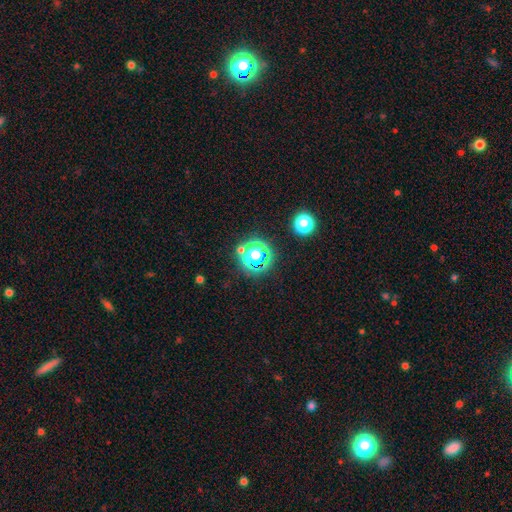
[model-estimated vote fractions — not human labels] Smooth or featured? star or artifact (46%)